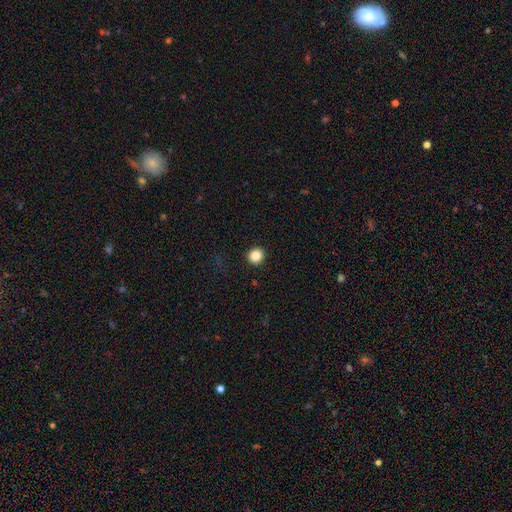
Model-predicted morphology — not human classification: A smooth galaxy with no disk features (86%) that is round (91%).

Vote fractions:
- Smooth or featured? smooth: 86% / star or artifact: 11% / featured or disk: 4%
- How rounded? round: 91% / in between: 8% / cigar-shaped: 1%
- Merging? none: 92% / minor disturbance: 5% / major disturbance: 2% / merger: 1%